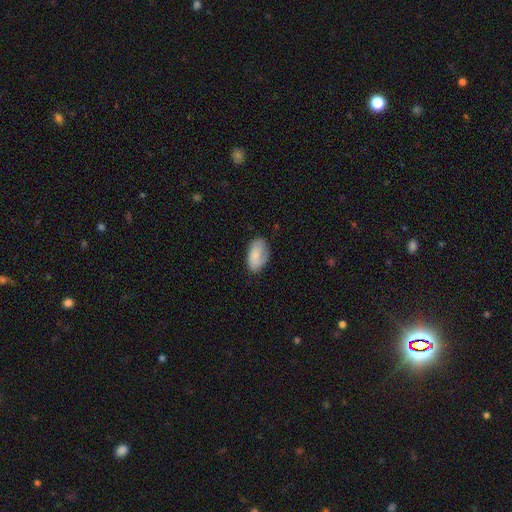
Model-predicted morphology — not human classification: Smooth or featured?
  - smooth: 81% *
  - featured or disk: 13%
  - star or artifact: 6%
How rounded?
  - in between: 94% *
  - round: 3%
  - cigar-shaped: 2%
Merging?
  - none: 73% *
  - minor disturbance: 21%
  - major disturbance: 5%
  - merger: 1%